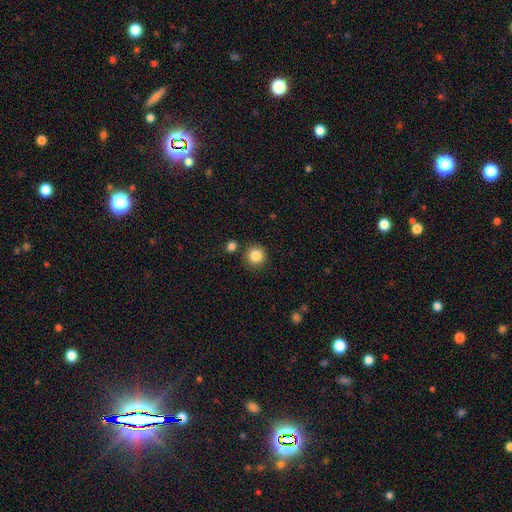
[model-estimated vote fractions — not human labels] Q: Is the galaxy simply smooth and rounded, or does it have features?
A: smooth — 86%.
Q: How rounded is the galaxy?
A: round — 94%.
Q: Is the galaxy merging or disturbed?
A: none — 86%.